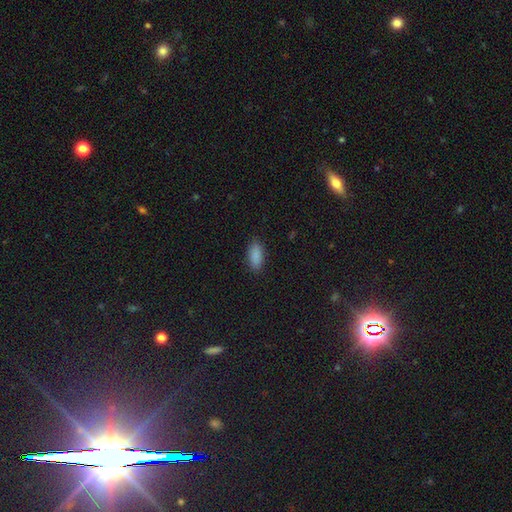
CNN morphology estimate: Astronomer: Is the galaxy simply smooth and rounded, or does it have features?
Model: smooth — 89%.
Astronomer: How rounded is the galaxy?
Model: in between — 88%.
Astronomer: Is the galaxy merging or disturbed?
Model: none — 87%.